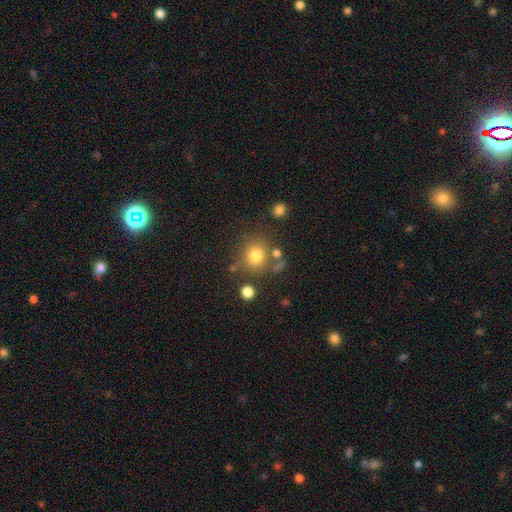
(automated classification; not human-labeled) smooth 77%, star or artifact 14%, featured or disk 9%. Down the decision tree: how rounded — round (86%); merging — none (72%).